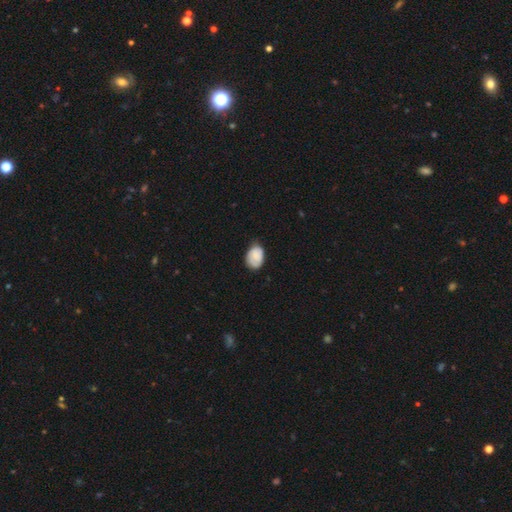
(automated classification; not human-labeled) This is clearly a smooth galaxy (80%). How rounded: likely in between (78%). Merging: likely none (63%).